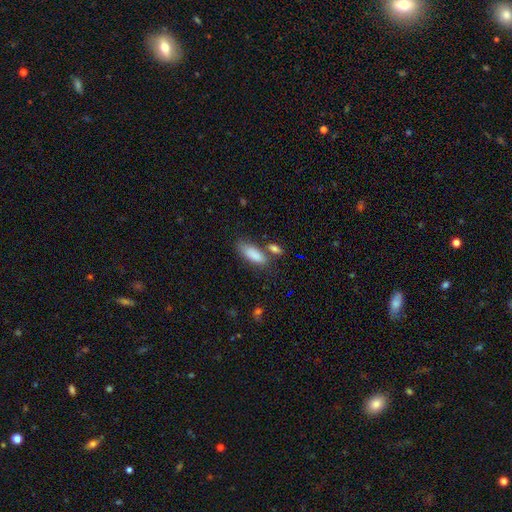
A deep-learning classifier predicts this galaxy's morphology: Smooth or featured?
  - smooth: 85% *
  - featured or disk: 8%
  - star or artifact: 7%
How rounded?
  - in between: 71% *
  - cigar-shaped: 27%
  - round: 2%
Merging?
  - none: 61% *
  - minor disturbance: 17%
  - merger: 17%
  - major disturbance: 6%